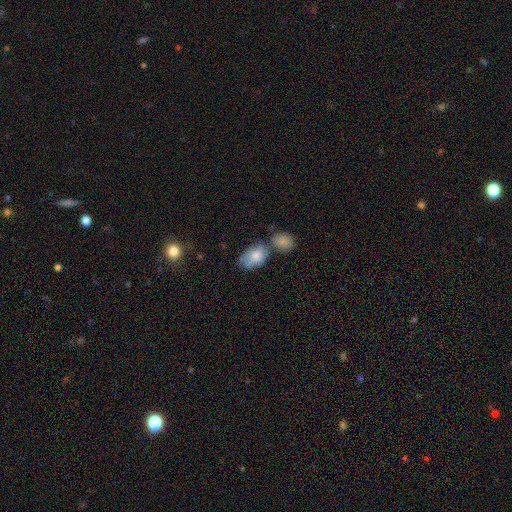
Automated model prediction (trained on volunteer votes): This is likely a smooth galaxy (69%). How rounded: clearly in between (85%). Merging: marginally none (39%).